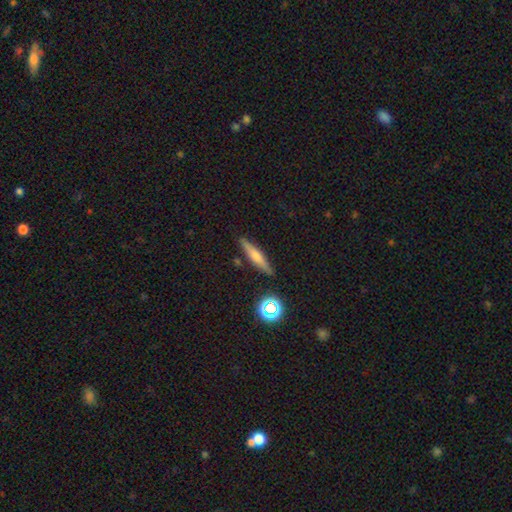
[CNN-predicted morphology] Smooth or featured? Predicted: smooth (p=0.45). Merging? Predicted: none (p=0.88).